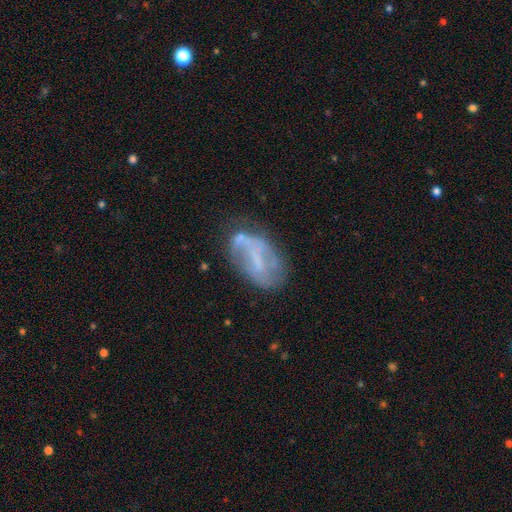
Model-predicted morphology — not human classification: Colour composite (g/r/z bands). It shows a featured or disk galaxy (61%) with a weak bar (39%), no spiral arms (54%) and no central bulge (53%). Merging: none (51%).